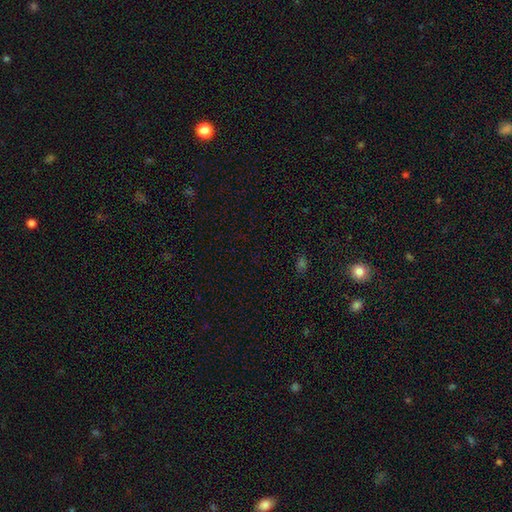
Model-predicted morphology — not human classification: Smooth or featured: star or artifact — 63% (smooth — 31%)